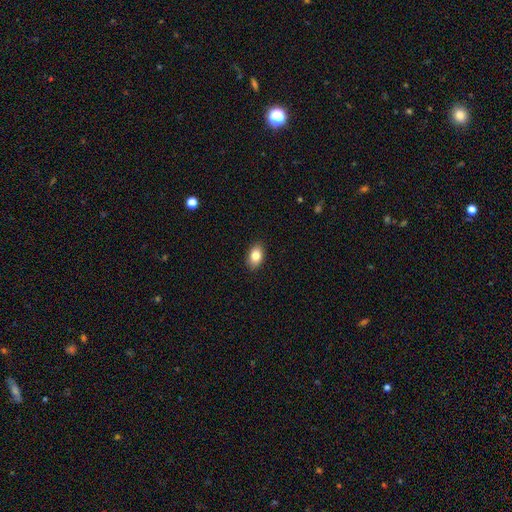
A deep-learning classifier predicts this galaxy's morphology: This is clearly a smooth galaxy (83%). How rounded: clearly in between (86%). Merging: clearly none (89%).